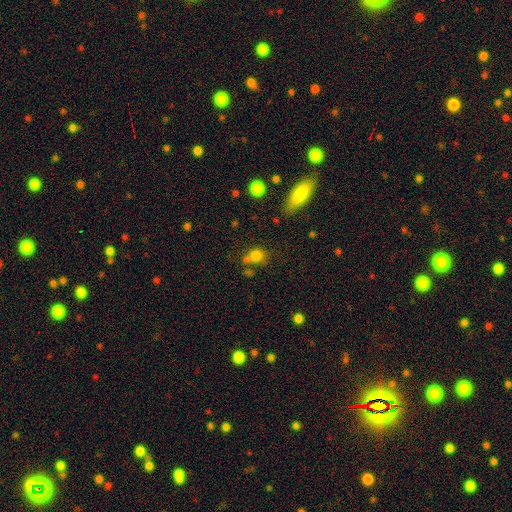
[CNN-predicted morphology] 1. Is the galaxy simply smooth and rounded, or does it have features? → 78% smooth, 13% star or artifact, 8% featured or disk.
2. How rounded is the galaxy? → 66% round, 32% in between, 2% cigar-shaped.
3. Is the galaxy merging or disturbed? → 55% none, 24% merger, 15% minor disturbance, 6% major disturbance.